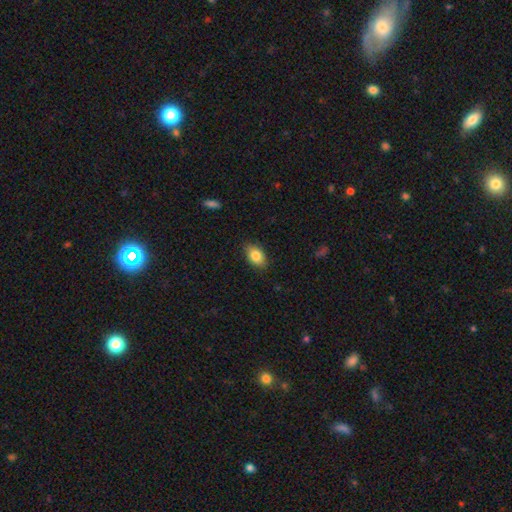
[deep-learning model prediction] Smooth or featured? Predicted: smooth (p=0.84). How rounded? Predicted: in between (p=0.87). Merging? Predicted: none (p=0.86).